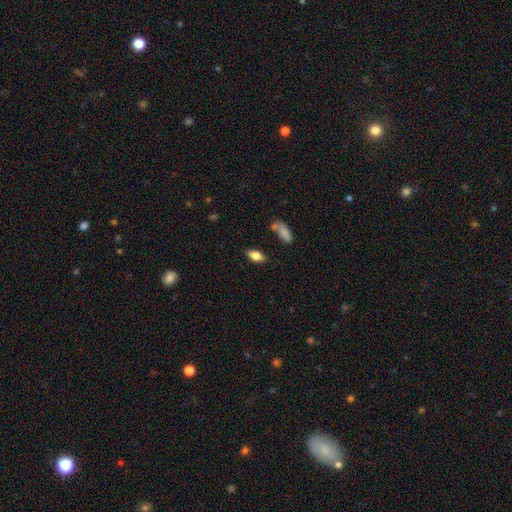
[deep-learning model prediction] smooth-or-featured: smooth: 76% | featured or disk: 16% | star or artifact: 8%
  how-rounded: in between: 85% | cigar-shaped: 12% | round: 3%
  merging: none: 80% | minor disturbance: 13% | merger: 4% | major disturbance: 3%